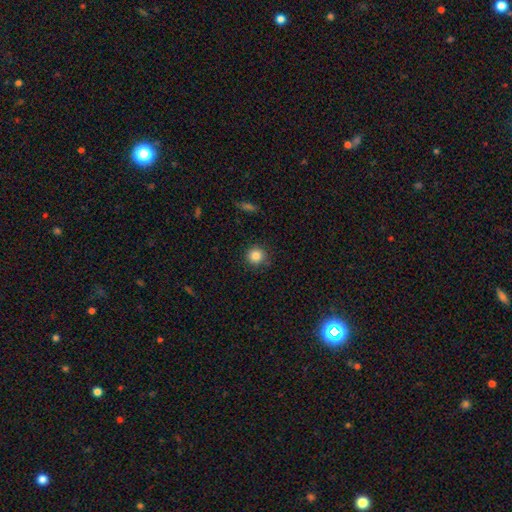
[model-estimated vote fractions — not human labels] smooth-or-featured: smooth: 85% | star or artifact: 11% | featured or disk: 5%
  how-rounded: round: 94% | in between: 5% | cigar-shaped: 1%
  merging: none: 87% | minor disturbance: 9% | major disturbance: 2% | merger: 2%